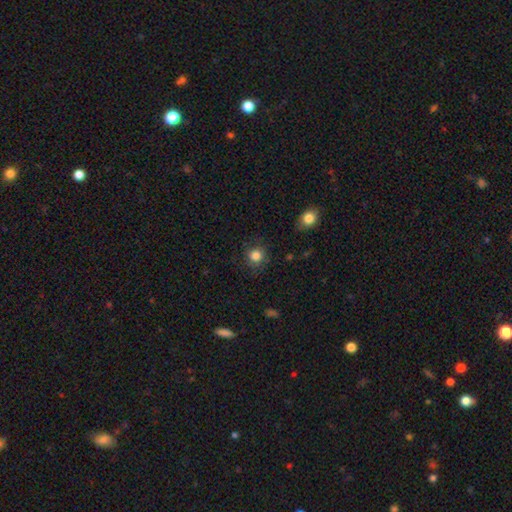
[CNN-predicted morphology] The model was most divided on "merging": none: 82%, minor disturbance: 12%, major disturbance: 4%, merger: 1%. More confident: how rounded — round (89%); smooth or featured — smooth (84%).